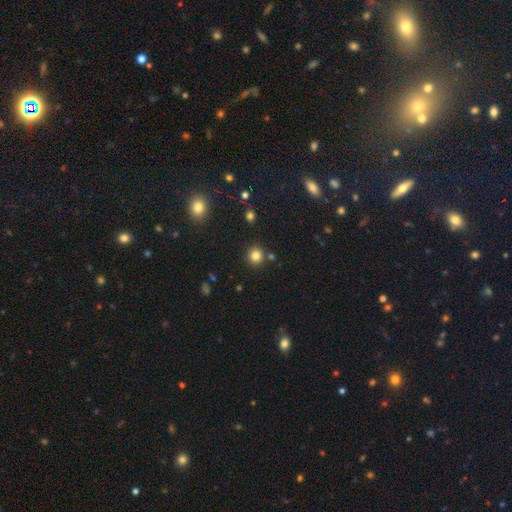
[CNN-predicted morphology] A smooth galaxy with no disk features (82%) that is round (91%). Merging: none (86%).